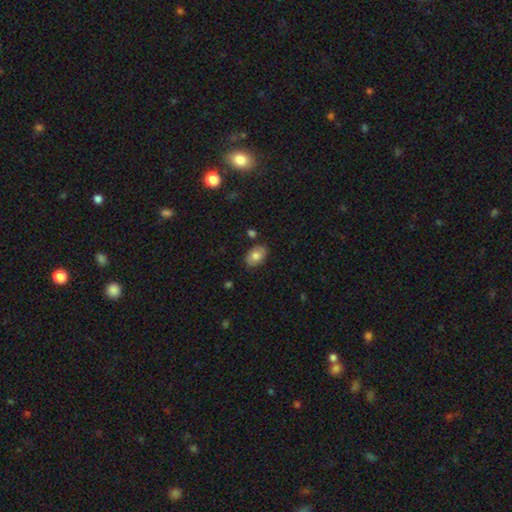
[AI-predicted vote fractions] This appears to be a smooth galaxy with no disk features (78%) that is in between round and cigar-shaped (88%). Merging: none (82%).